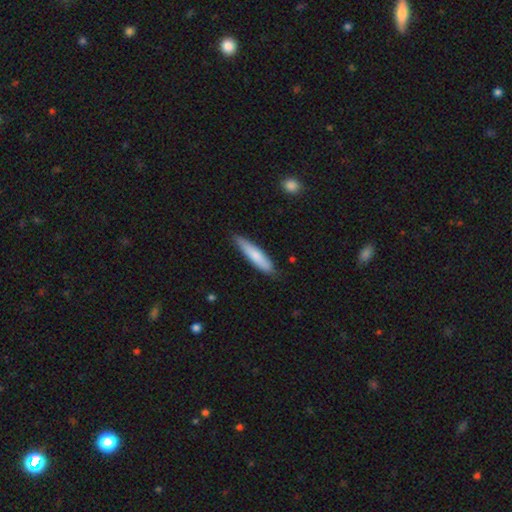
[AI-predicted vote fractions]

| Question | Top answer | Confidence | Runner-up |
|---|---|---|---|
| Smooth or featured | smooth | 77% | featured or disk (18%) |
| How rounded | cigar-shaped | 83% | in between (15%) |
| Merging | none | 80% | minor disturbance (16%) |